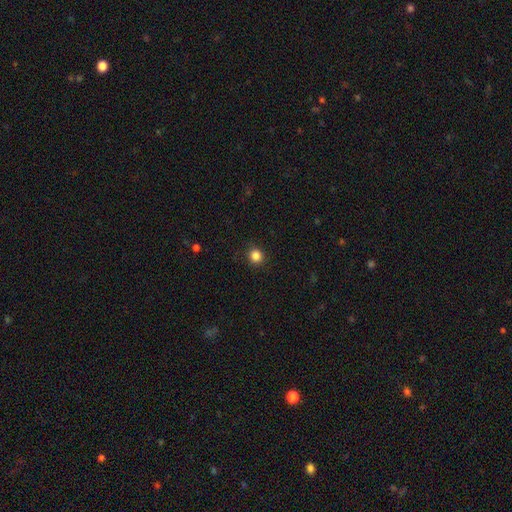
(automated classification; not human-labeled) This appears to be a smooth galaxy with no disk features (85%) that is round (89%). Merging: none (90%).